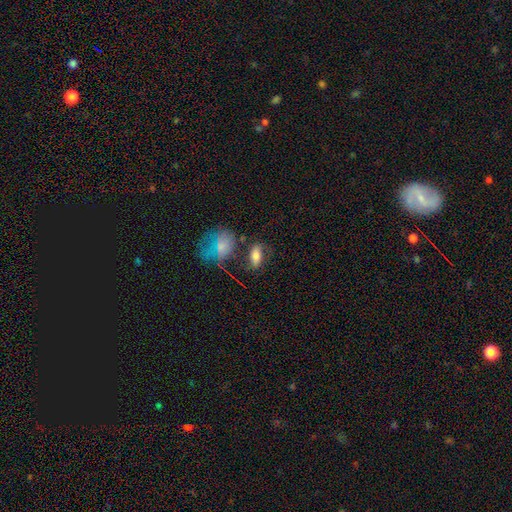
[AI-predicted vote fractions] Morphology: type=smooth (72%); roundness=in between (87%); merging=none (60%).